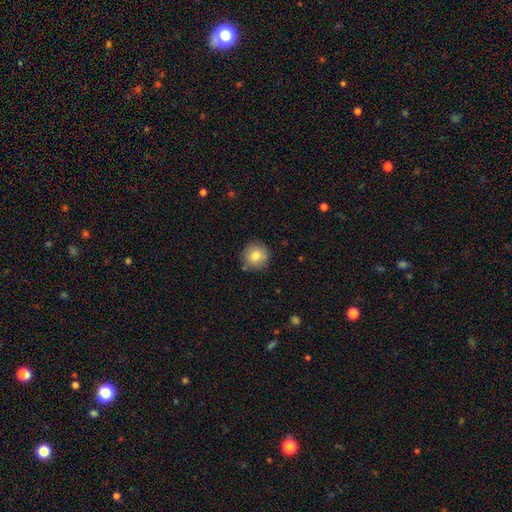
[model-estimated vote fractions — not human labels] smooth_or_featured: smooth (p=0.81) [alt: featured or disk p=0.10]
how_rounded: round (p=0.93) [alt: in between p=0.06]
merging: none (p=0.85) [alt: minor disturbance p=0.11]